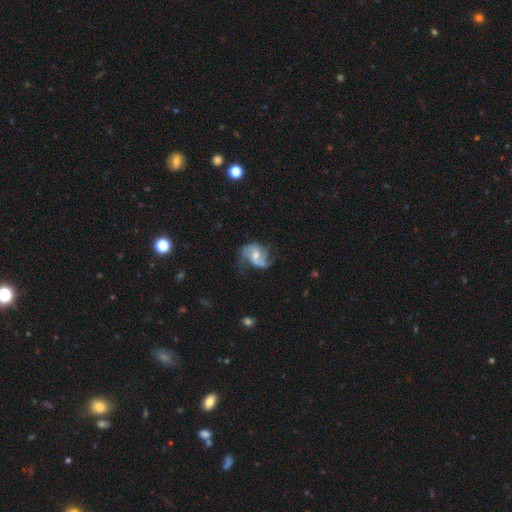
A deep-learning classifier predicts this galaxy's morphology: This appears to be a featured or disk galaxy (79%) with no bar (45%), 2 (73%) medium (43%) spiral arms (93%) and a moderate central bulge (58%). Merging: none (52%).